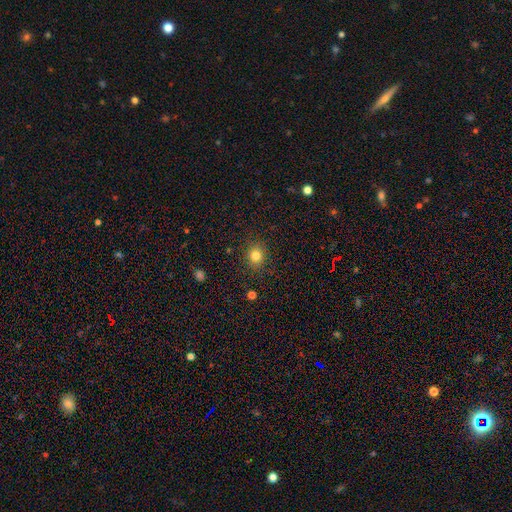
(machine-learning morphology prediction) Overall: smooth (82%). How rounded: round (74%). Merging: none (87%).